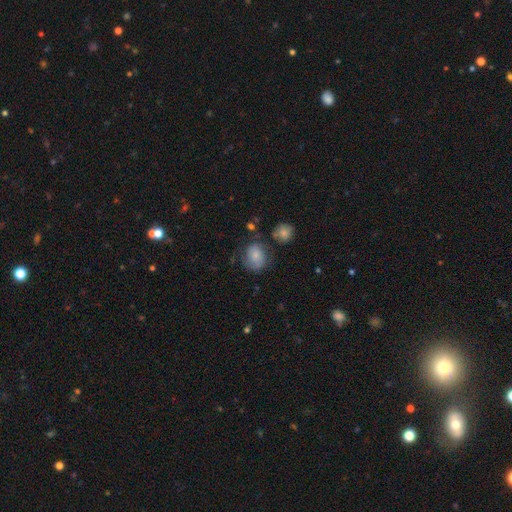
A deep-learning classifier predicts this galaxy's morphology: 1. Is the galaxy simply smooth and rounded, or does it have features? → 70% smooth, 21% featured or disk, 9% star or artifact.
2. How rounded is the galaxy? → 60% round, 39% in between, 1% cigar-shaped.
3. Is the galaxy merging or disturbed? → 57% none, 24% minor disturbance, 12% major disturbance, 7% merger.